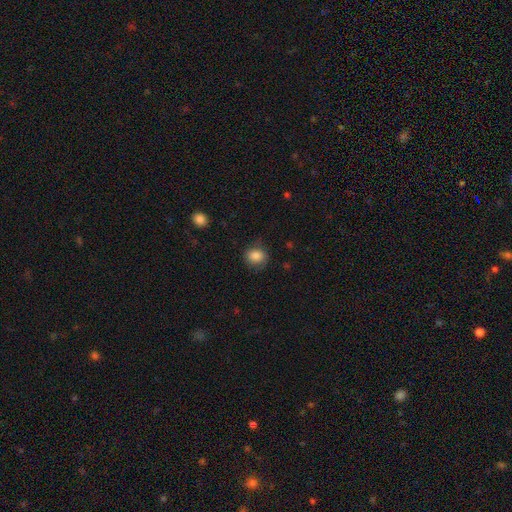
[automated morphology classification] A smooth galaxy with no disk features (84%) that is round (69%). Merging: none (76%).